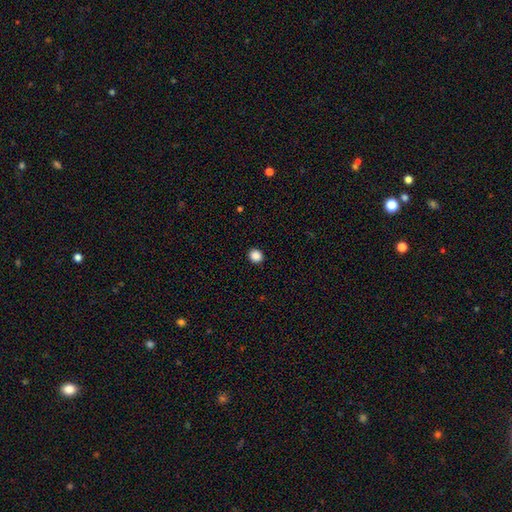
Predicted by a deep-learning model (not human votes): Smooth or featured? smooth (87%)
How rounded? round (85%)
Merging? none (93%)